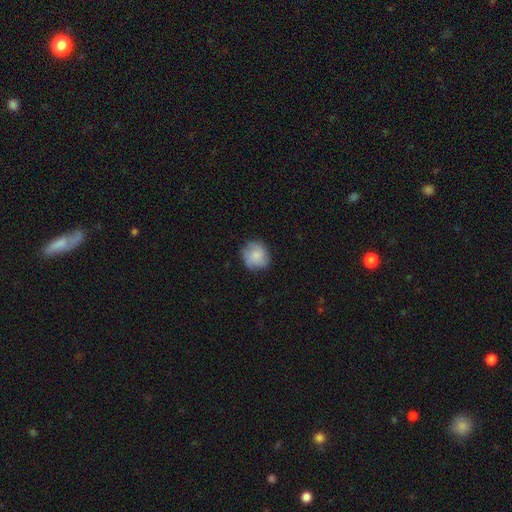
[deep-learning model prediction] Smooth or featured? Predicted: smooth (p=0.81). How rounded? Predicted: round (p=0.85). Merging? Predicted: none (p=0.75).